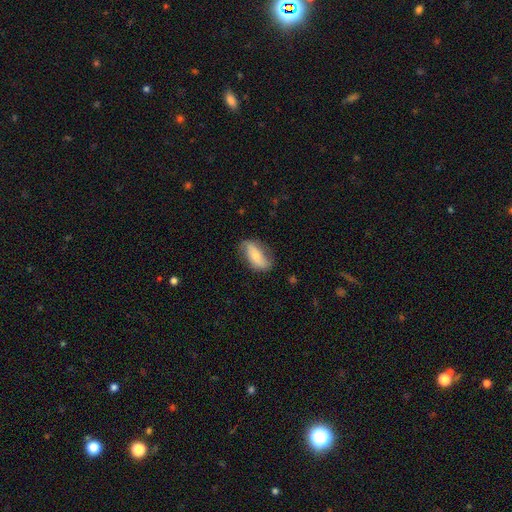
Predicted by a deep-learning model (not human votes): smooth 47% (tied), featured or disk 47% (tied), star or artifact 7%. Down the decision tree: merging — none (72%).